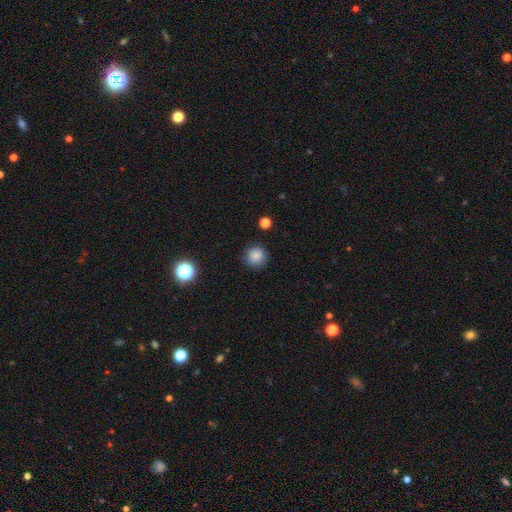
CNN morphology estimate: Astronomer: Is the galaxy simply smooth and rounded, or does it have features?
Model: smooth — 85%.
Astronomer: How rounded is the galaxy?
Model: round — 93%.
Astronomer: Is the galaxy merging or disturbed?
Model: none — 88%.